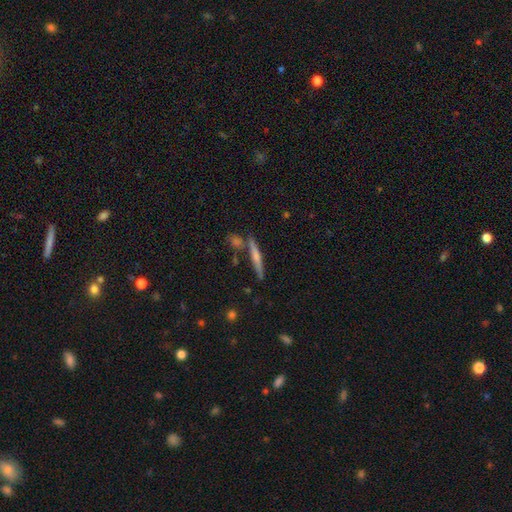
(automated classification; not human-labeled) Overall: featured or disk (47%; smooth 46%). Merging: none (77%).